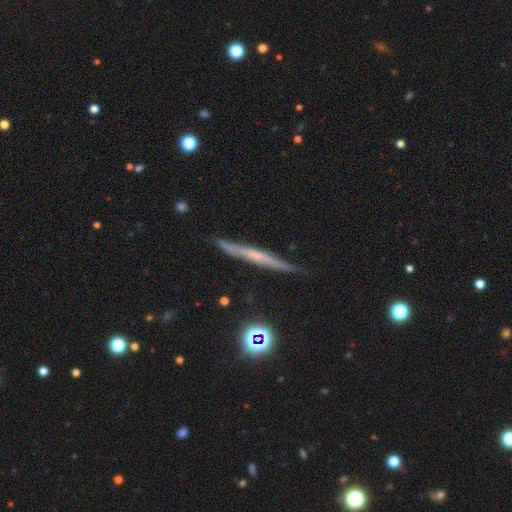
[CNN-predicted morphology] Q: Smooth or featured?
A: featured or disk (58%); runner-up: smooth (33%)
Q: Edge-on disk?
A: yes (95%); runner-up: no (5%)
Q: Edge-on bulge?
A: none (66%); runner-up: rounded (25%)
Q: Merging?
A: none (84%); runner-up: minor disturbance (12%)